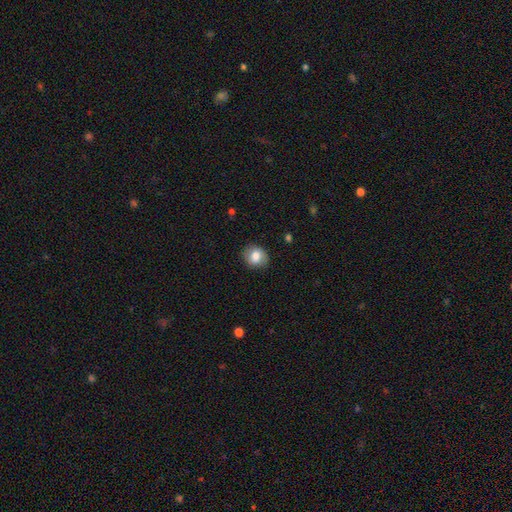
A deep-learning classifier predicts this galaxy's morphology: type=smooth (79%); roundness=round (63%); merging=none (82%).